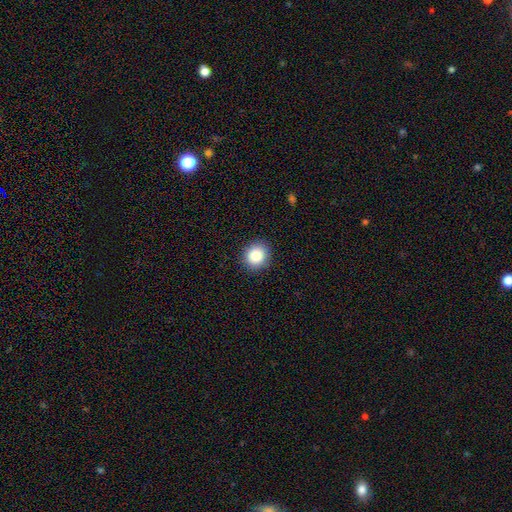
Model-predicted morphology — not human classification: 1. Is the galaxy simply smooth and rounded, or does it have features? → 86% smooth, 9% star or artifact, 5% featured or disk.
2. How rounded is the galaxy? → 82% round, 18% in between, 1% cigar-shaped.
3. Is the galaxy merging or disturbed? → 90% none, 7% minor disturbance, 2% major disturbance, 1% merger.